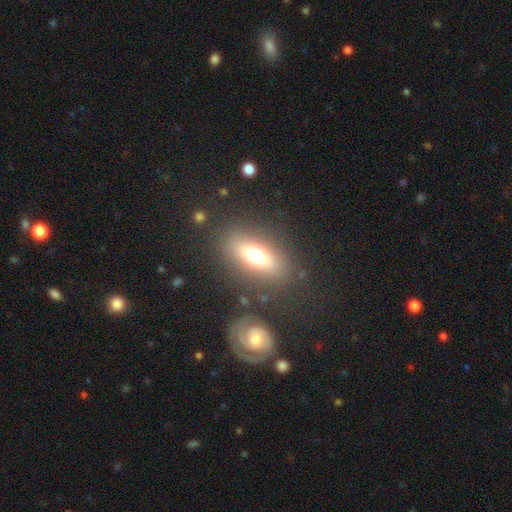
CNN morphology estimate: smooth_or_featured: smooth (p=0.64) [alt: featured or disk p=0.24]
how_rounded: in between (p=0.73) [alt: cigar-shaped p=0.16]
merging: none (p=0.83) [alt: minor disturbance p=0.10]